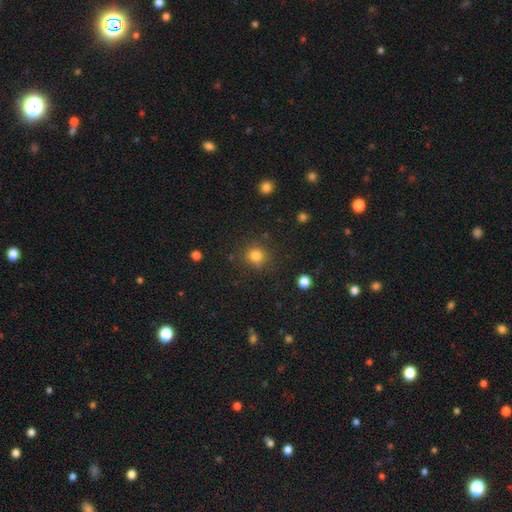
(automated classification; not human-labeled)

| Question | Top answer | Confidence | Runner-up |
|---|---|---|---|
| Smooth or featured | smooth | 82% | star or artifact (13%) |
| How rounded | round | 87% | in between (12%) |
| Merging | none | 81% | minor disturbance (11%) |